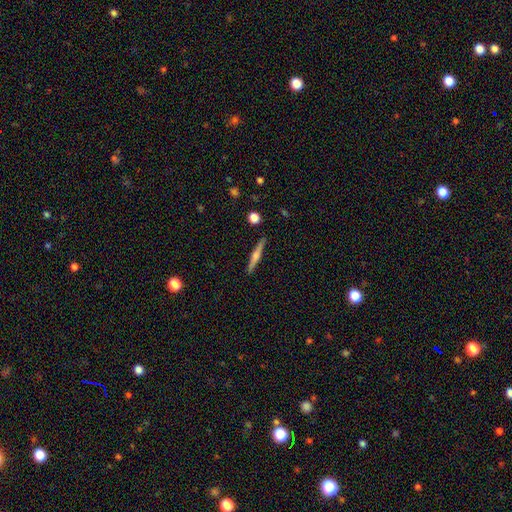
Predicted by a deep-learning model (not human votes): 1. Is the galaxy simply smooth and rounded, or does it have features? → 60% featured or disk, 34% smooth, 6% star or artifact.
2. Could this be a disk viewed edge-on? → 98% yes, 2% no.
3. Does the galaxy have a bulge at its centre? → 79% rounded, 11% boxy, 11% none.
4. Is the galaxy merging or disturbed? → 90% none, 7% minor disturbance, 1% merger, 1% major disturbance.